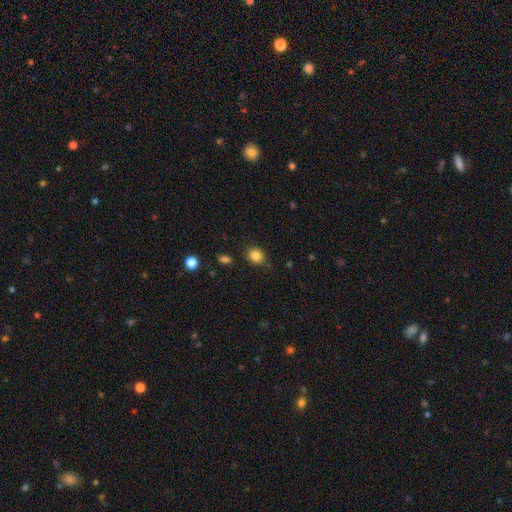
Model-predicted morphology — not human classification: Smooth or featured: smooth — 84% (star or artifact — 11%)
How rounded: round — 69% (in between — 30%)
Merging: none — 82% (minor disturbance — 13%)